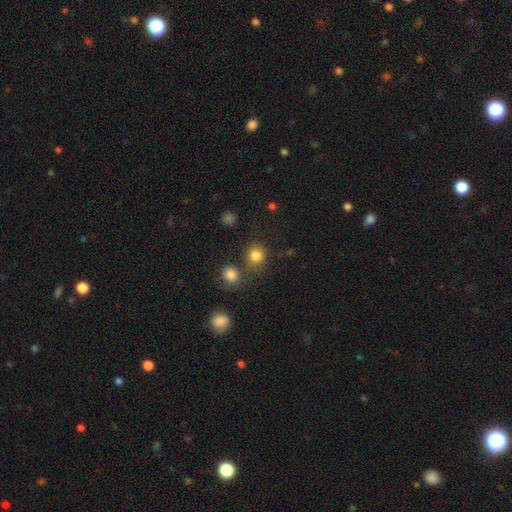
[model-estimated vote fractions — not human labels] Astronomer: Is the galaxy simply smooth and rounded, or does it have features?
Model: smooth — 82%.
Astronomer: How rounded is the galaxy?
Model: round — 81%.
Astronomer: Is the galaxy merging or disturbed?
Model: none — 68%.